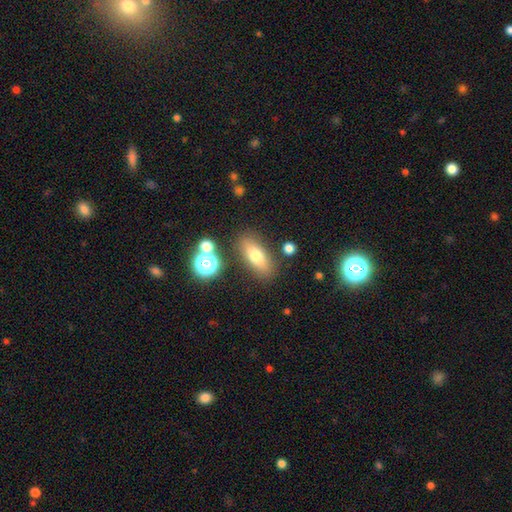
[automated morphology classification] Overall: smooth (71%). How rounded: in between (68%). Merging: none (80%).